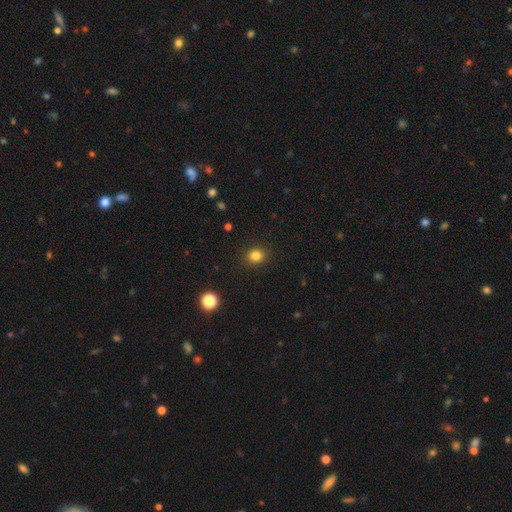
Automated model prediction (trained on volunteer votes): smooth 82%, star or artifact 13%, featured or disk 5%. Down the decision tree: how rounded — round (77%); merging — none (90%).